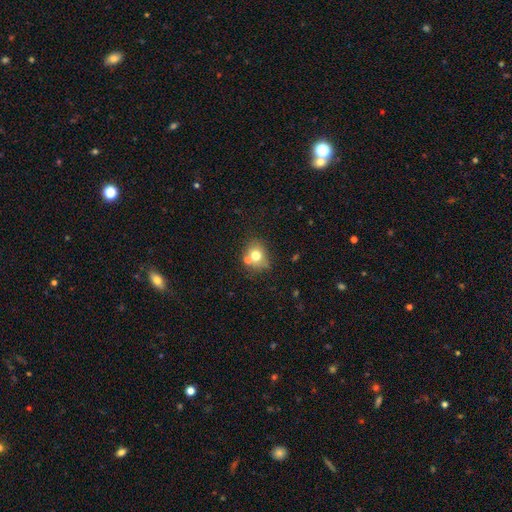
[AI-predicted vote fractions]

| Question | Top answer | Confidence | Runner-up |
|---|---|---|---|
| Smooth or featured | smooth | 70% | featured or disk (17%) |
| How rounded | round | 68% | in between (31%) |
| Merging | none | 58% | merger (23%) |